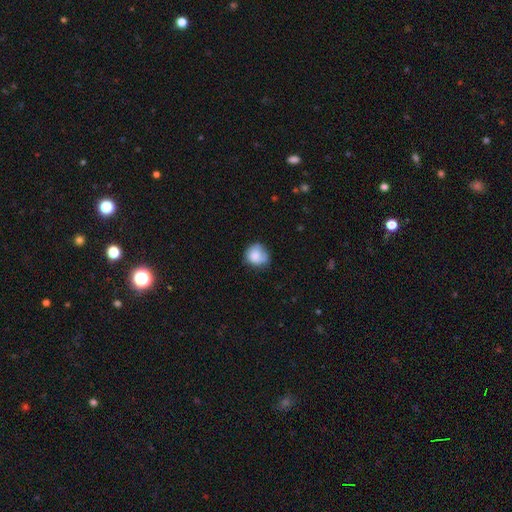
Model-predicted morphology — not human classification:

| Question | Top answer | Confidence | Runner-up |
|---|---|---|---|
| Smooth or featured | smooth | 78% | featured or disk (14%) |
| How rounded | round | 78% | in between (21%) |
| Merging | none | 54% | minor disturbance (33%) |